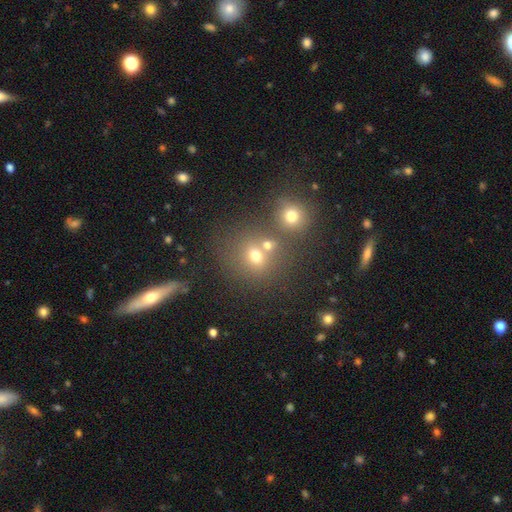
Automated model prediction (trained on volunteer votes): Smooth or featured? Predicted: smooth (p=0.67). How rounded? Predicted: round (p=0.76). Merging? Predicted: none (p=0.49).